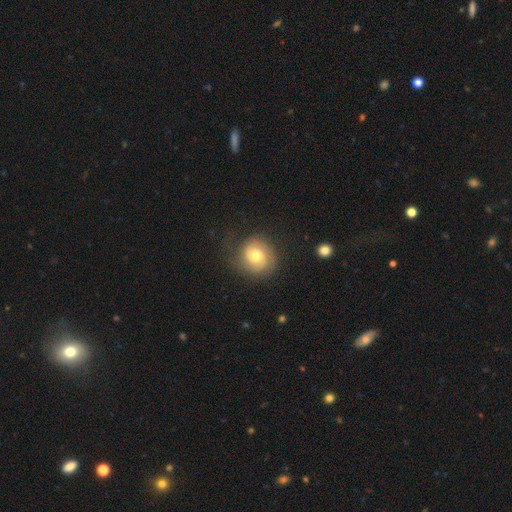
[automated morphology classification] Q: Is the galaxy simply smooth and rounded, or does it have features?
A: featured or disk — 48%.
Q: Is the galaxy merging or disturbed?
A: none — 65%.